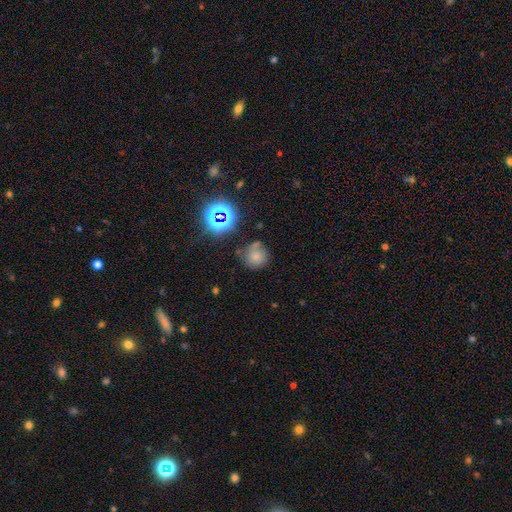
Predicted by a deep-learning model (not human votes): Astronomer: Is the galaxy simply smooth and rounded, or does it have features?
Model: smooth — 65%.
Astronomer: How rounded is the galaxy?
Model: round — 88%.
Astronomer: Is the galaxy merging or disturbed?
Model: none — 60%.